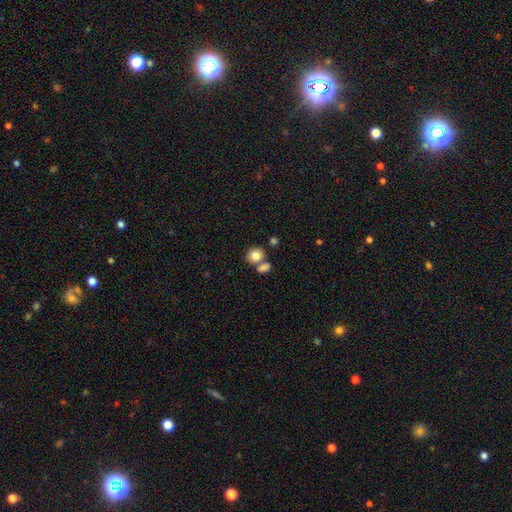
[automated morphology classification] Smooth or featured? smooth (83%)
How rounded? round (68%)
Merging? none (54%)